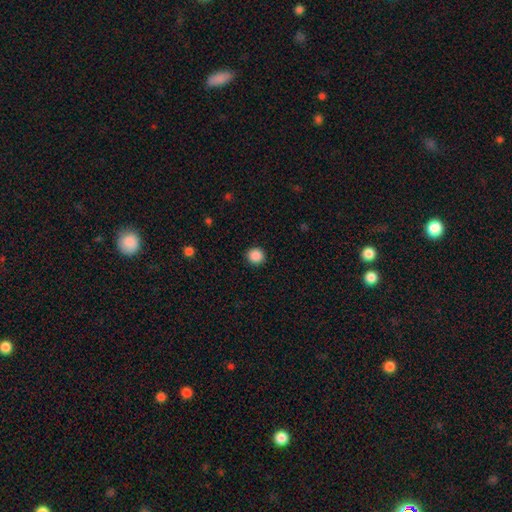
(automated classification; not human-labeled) Morphology: type=smooth (88%); roundness=round (93%); merging=none (92%).